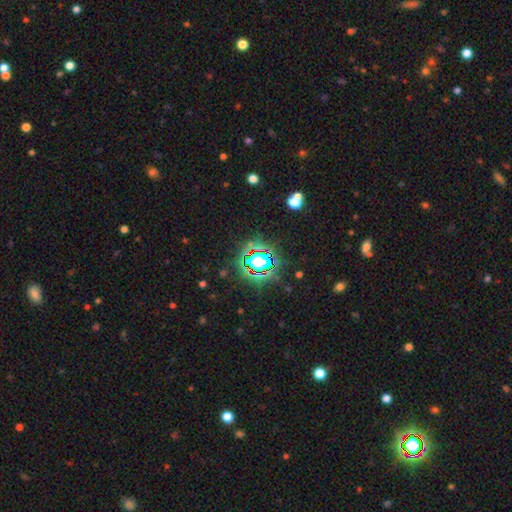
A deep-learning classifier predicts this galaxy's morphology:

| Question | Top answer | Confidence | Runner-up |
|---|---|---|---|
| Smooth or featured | star or artifact | 79% | smooth (13%) |